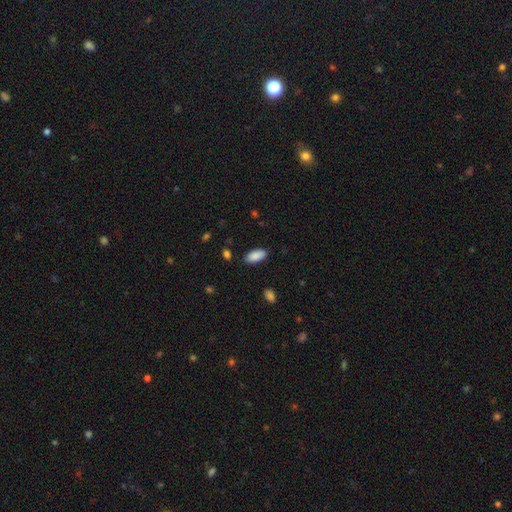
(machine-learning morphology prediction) type=smooth (89%); roundness=in between (91%); merging=none (85%).